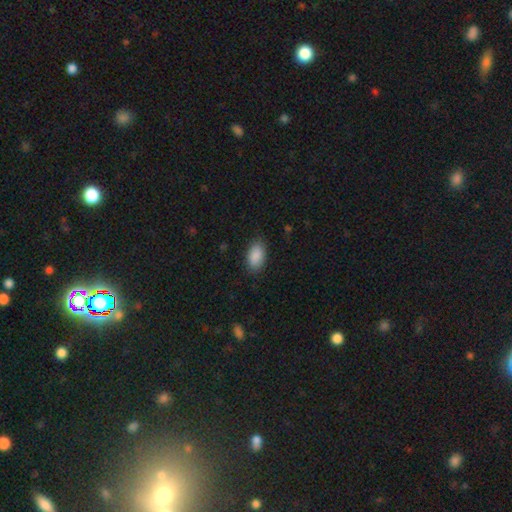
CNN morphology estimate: Q: Smooth or featured?
A: smooth (90%); runner-up: star or artifact (6%)
Q: How rounded?
A: in between (93%); runner-up: round (4%)
Q: Merging?
A: none (83%); runner-up: minor disturbance (13%)